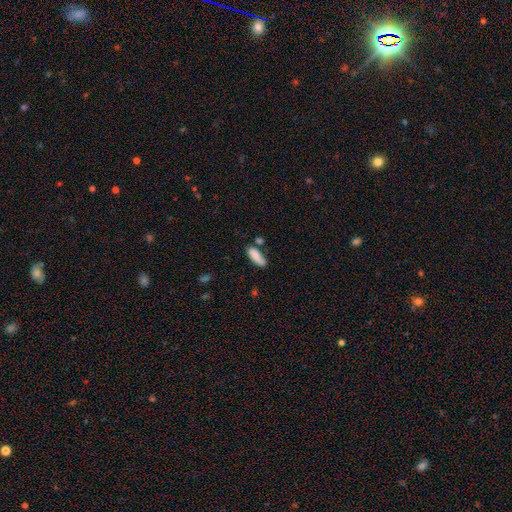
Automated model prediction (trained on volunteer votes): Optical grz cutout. It shows a smooth galaxy with no disk features (85%) that is in between round and cigar-shaped (67%). Merging: none (59%).